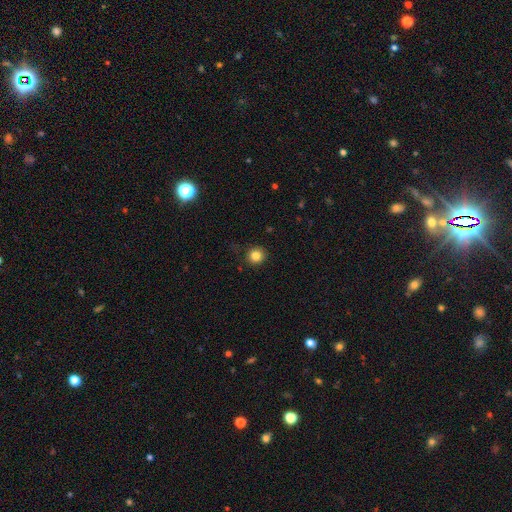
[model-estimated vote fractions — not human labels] Smooth or featured: smooth — 83% (star or artifact — 12%)
How rounded: round — 92% (in between — 7%)
Merging: none — 88% (minor disturbance — 8%)